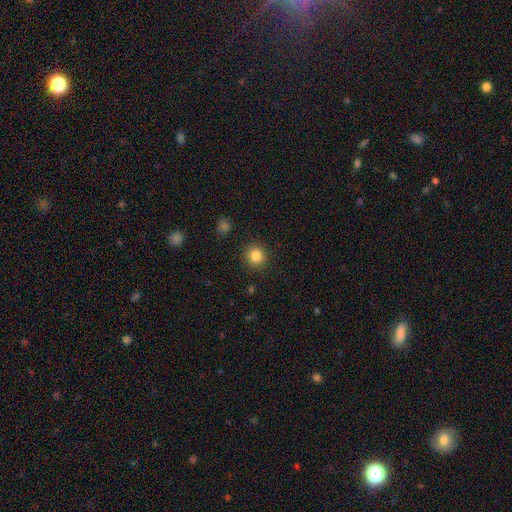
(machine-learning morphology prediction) A smooth galaxy with no disk features (84%) that is round (91%). Merging: none (91%).